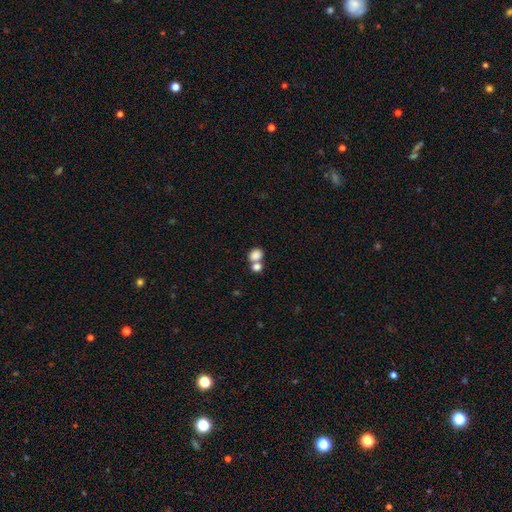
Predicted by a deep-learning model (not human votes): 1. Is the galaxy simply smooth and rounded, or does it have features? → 82% smooth, 10% star or artifact, 8% featured or disk.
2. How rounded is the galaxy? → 50% round, 49% in between, 1% cigar-shaped.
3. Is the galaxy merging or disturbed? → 48% merger, 40% none, 8% minor disturbance, 4% major disturbance.